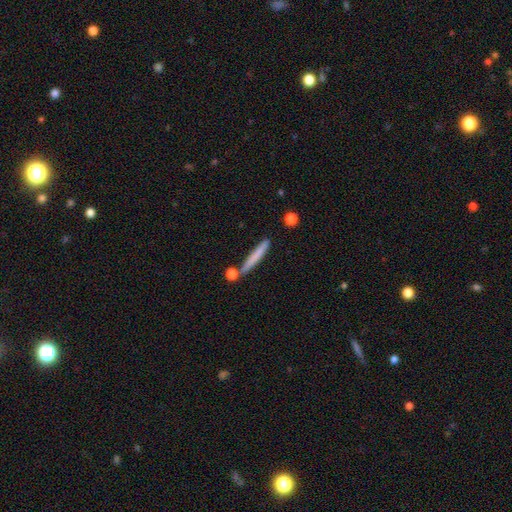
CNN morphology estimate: smooth_or_featured: smooth (p=0.67) [alt: featured or disk p=0.27]
how_rounded: cigar-shaped (p=0.95) [alt: in between p=0.03]
merging: none (p=0.79) [alt: minor disturbance p=0.11]